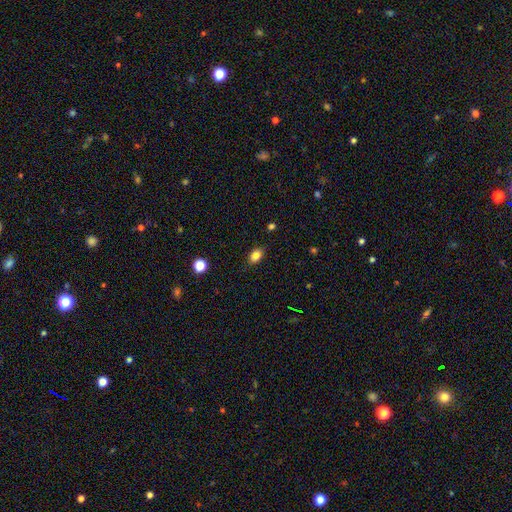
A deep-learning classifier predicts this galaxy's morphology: Overall: smooth (80%). How rounded: in between (79%). Merging: none (74%).